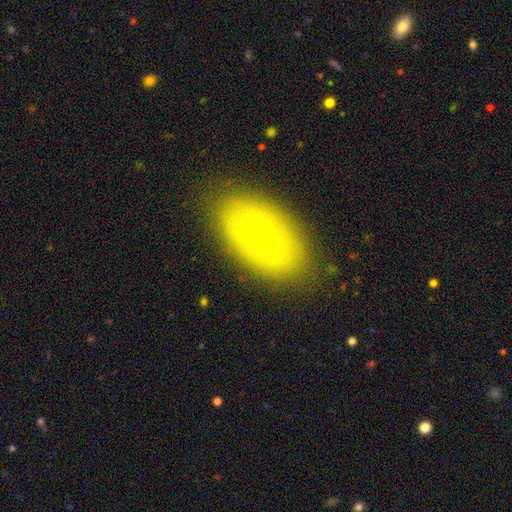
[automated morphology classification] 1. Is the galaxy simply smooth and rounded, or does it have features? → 66% featured or disk, 26% smooth, 8% star or artifact.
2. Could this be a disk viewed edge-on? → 91% no, 9% yes.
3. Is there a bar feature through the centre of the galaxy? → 43% weak, 36% no, 20% strong.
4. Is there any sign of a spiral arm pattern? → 62% yes, 38% no.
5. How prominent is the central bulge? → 82% small, 15% moderate, 1% none, 1% dominant, 1% large.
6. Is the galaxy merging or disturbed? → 86% none, 11% minor disturbance, 3% major disturbance, 1% merger.